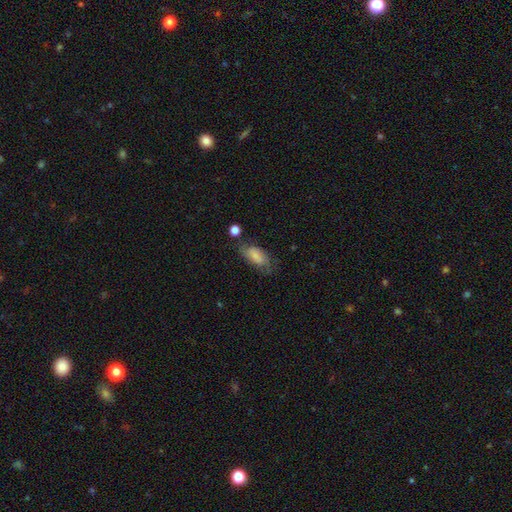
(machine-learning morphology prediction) Smooth or featured? smooth (74%)
How rounded? in between (89%)
Merging? none (54%)